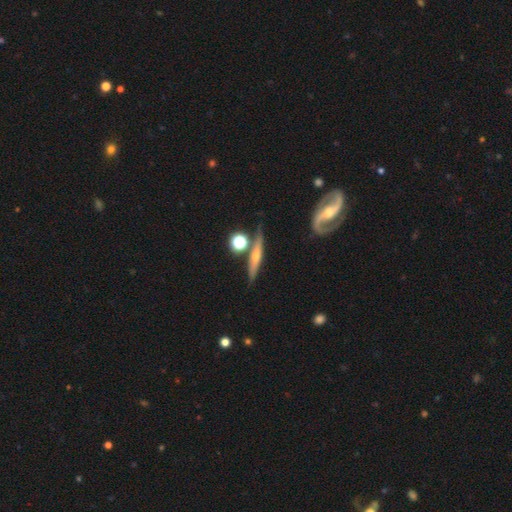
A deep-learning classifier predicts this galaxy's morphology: Overall: featured or disk (55%; smooth 36%). Edge-on disk: yes (87%). Merging: none (72%).